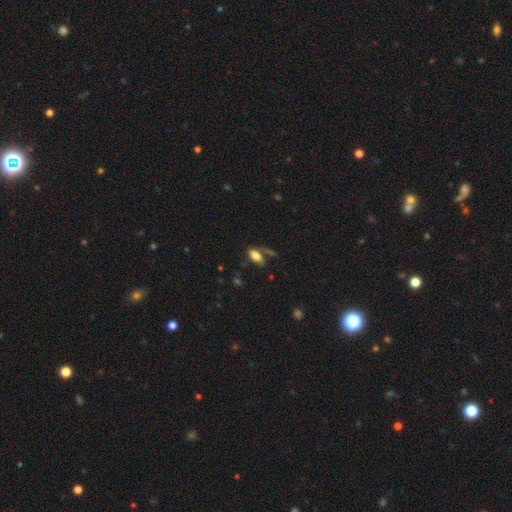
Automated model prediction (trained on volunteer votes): A smooth galaxy with no disk features (77%) that is in between round and cigar-shaped (85%). Merging: none (61%).